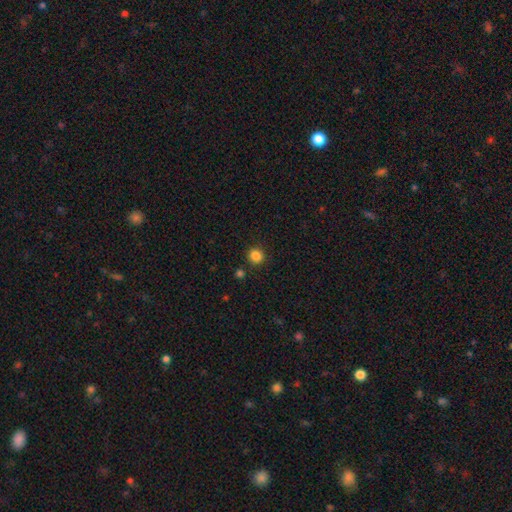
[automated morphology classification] smooth-or-featured: smooth: 85% | star or artifact: 12% | featured or disk: 3%
  how-rounded: round: 92% | in between: 7% | cigar-shaped: 1%
  merging: none: 89% | minor disturbance: 6% | merger: 3% | major disturbance: 2%